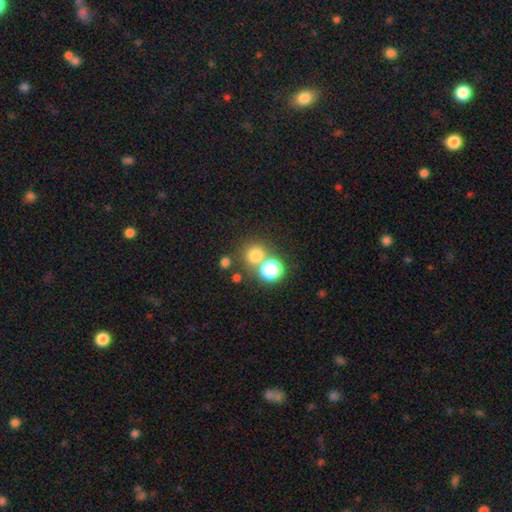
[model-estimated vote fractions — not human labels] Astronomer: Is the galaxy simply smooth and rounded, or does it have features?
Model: smooth — 71%.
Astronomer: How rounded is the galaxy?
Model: round — 88%.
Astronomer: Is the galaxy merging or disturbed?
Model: none — 66%.